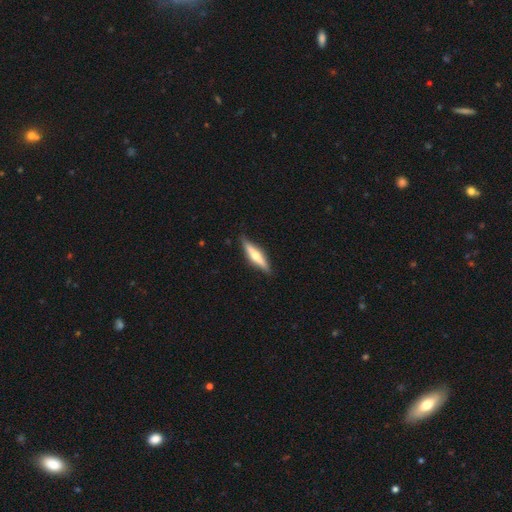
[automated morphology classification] This is possibly a featured or disk galaxy (58%). It is clearly viewed edge-on (95%). Edge-on bulge: clearly rounded (87%). Merging: clearly none (88%).